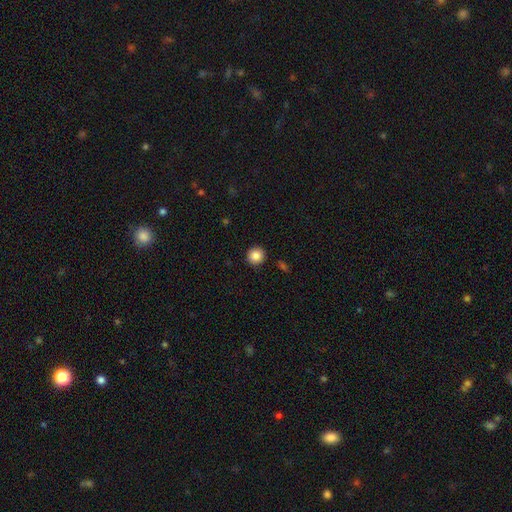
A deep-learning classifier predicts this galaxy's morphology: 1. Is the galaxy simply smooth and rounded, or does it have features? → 85% smooth, 10% star or artifact, 6% featured or disk.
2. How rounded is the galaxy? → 95% round, 4% in between, 1% cigar-shaped.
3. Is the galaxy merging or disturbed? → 91% none, 5% minor disturbance, 2% major disturbance, 1% merger.